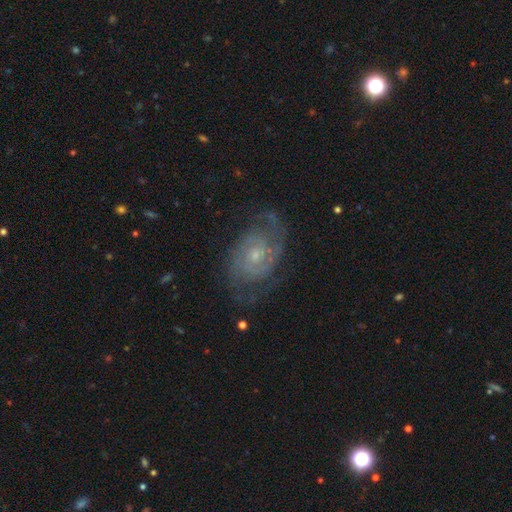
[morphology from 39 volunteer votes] This is clearly a featured or disk galaxy (90%). It is clearly not viewed edge-on (100%). Bar: likely no (66%). Spiral arm pattern: clearly yes (100%). Spiral arm count: clearly 2 (91%). Spiral winding: possibly tight (46%). Central bulge: likely small (74%). Merging: likely none (71%).